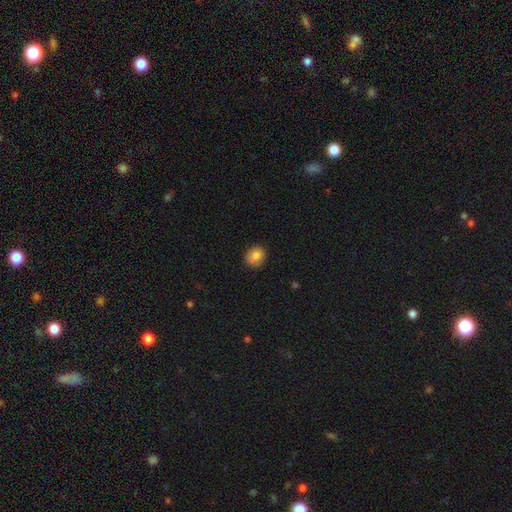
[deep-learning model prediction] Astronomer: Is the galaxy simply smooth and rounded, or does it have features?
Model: smooth — 79%.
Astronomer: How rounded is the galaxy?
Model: round — 76%.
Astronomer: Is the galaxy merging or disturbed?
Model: none — 72%.